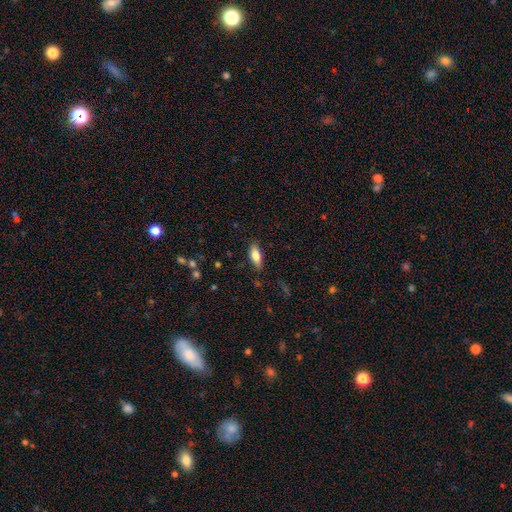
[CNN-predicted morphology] smooth-or-featured: smooth: 78% | featured or disk: 15% | star or artifact: 7%
  how-rounded: in between: 77% | cigar-shaped: 21% | round: 3%
  merging: none: 82% | minor disturbance: 14% | major disturbance: 3% | merger: 1%